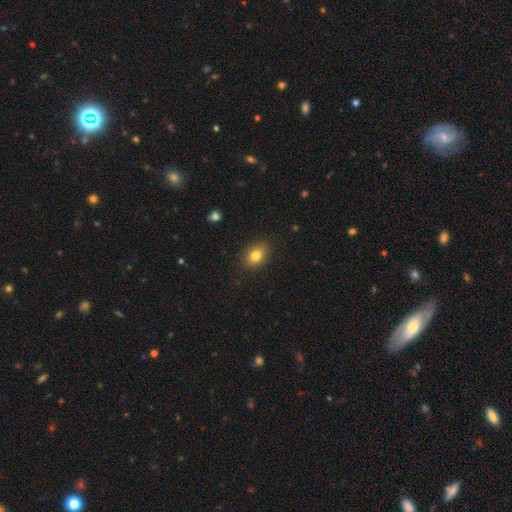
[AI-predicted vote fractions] smooth 80%, featured or disk 10%, star or artifact 10%. Down the decision tree: how rounded — in between (75%); merging — none (86%).